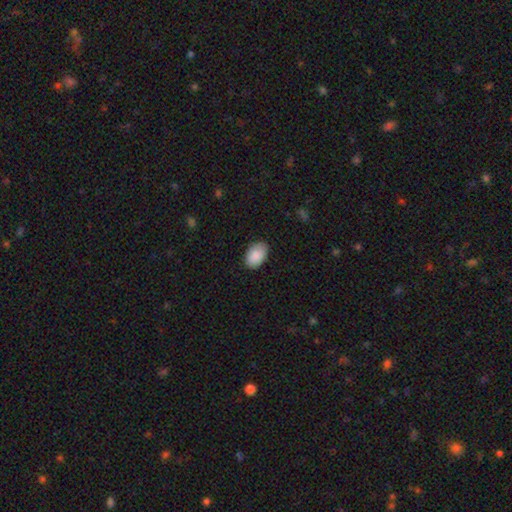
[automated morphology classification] A smooth galaxy with no disk features (89%) that is in between round and cigar-shaped (90%).

Vote fractions:
- Smooth or featured? smooth: 89% / star or artifact: 6% / featured or disk: 4%
- How rounded? in between: 90% / round: 9% / cigar-shaped: 1%
- Merging? none: 83% / minor disturbance: 13% / major disturbance: 2% / merger: 1%